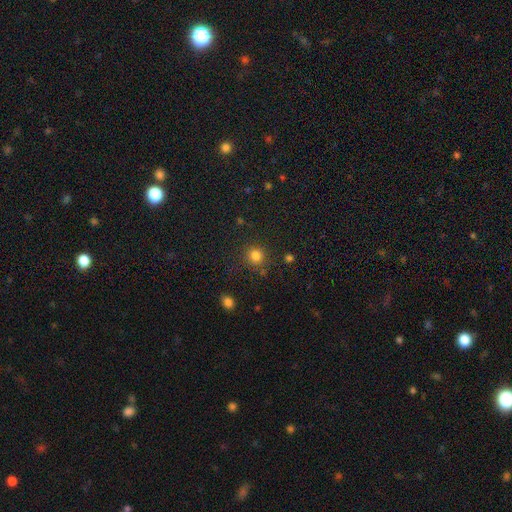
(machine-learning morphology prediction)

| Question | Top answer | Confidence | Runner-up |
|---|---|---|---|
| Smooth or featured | smooth | 82% | star or artifact (13%) |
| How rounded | round | 91% | in between (8%) |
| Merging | none | 84% | minor disturbance (9%) |